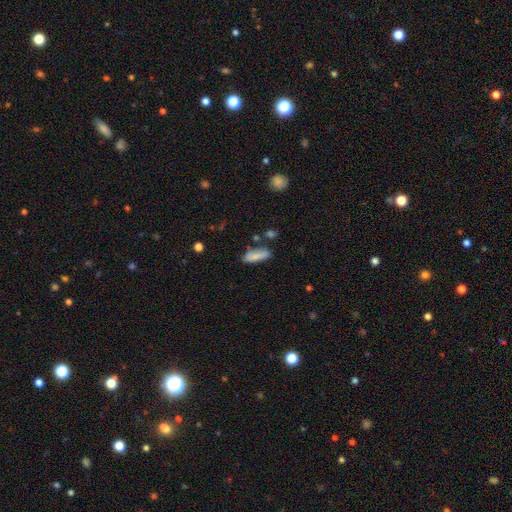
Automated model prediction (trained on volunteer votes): Smooth or featured: smooth — 81% (featured or disk — 12%)
How rounded: in between — 57% (cigar-shaped — 40%)
Merging: none — 73% (minor disturbance — 17%)